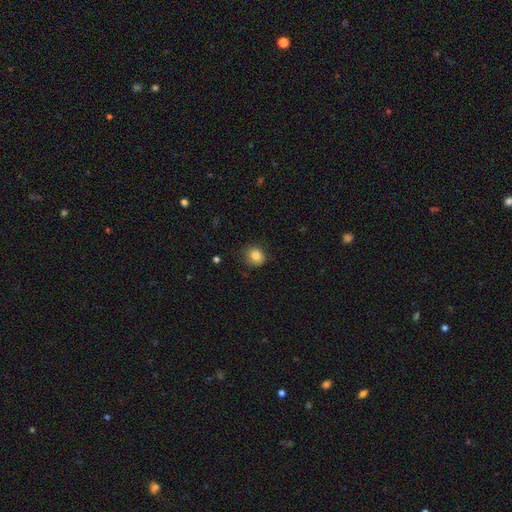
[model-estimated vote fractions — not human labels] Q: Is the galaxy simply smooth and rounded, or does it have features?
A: smooth — 84%.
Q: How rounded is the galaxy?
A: round — 81%.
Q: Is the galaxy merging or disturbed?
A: none — 78%.